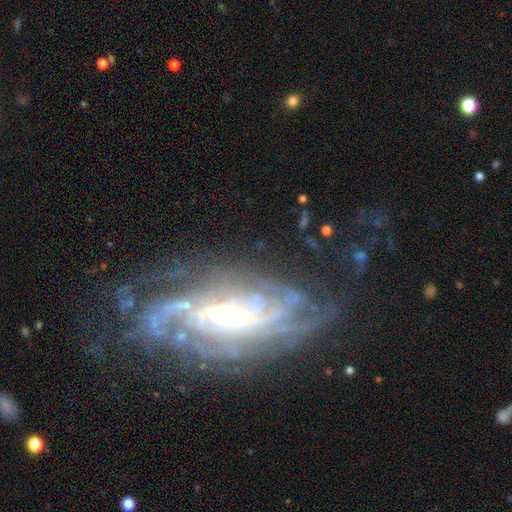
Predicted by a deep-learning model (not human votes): A featured or disk galaxy (88%) with no bar (44%), tight (66%) spiral arms (97%) and a moderate central bulge (52%). Merging: none (69%).